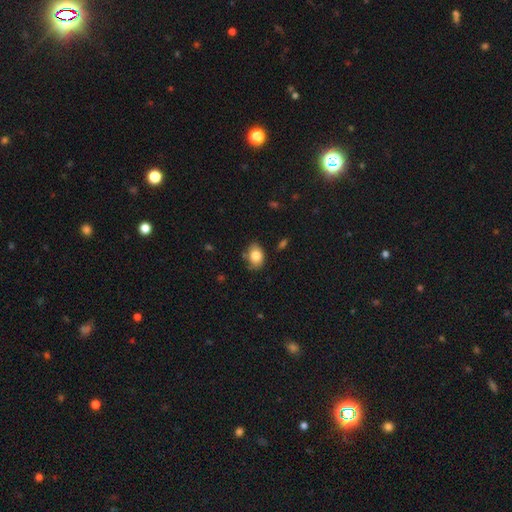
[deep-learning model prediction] The model was most divided on "merging": none: 71%, minor disturbance: 21%, major disturbance: 4%, merger: 4%. More confident: smooth or featured — smooth (82%); how rounded — in between (75%).